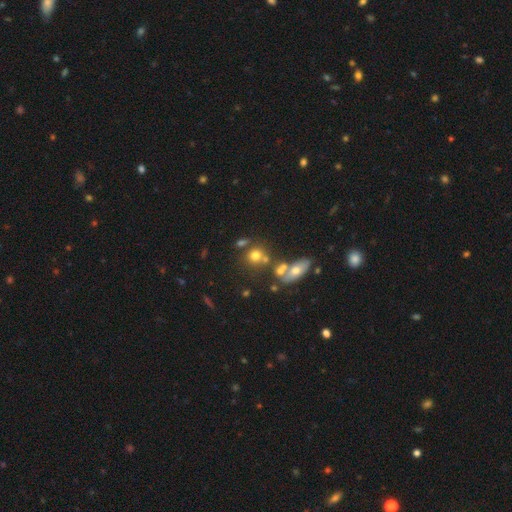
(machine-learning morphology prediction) Q: Smooth or featured?
A: smooth (67%); runner-up: featured or disk (17%)
Q: How rounded?
A: round (75%); runner-up: in between (23%)
Q: Merging?
A: none (50%); runner-up: merger (31%)